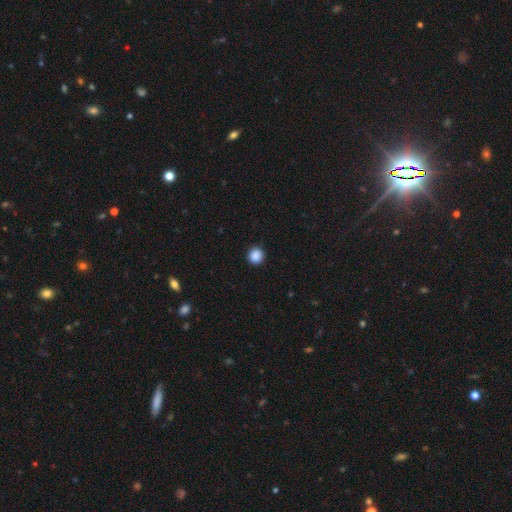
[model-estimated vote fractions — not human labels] smooth 88%, star or artifact 10%, featured or disk 2%. Down the decision tree: how rounded — round (93%); merging — none (92%).